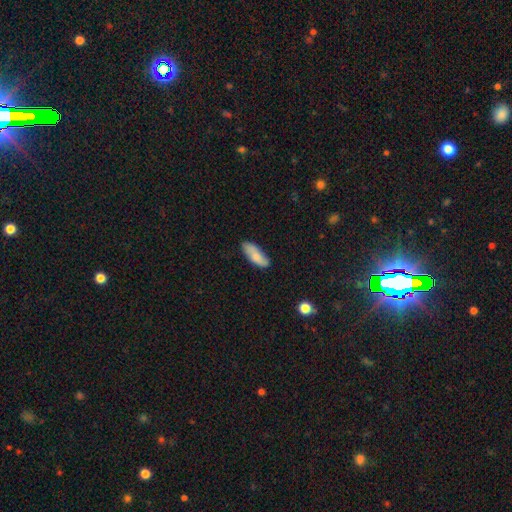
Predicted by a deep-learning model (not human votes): Smooth or featured? Predicted: smooth (p=0.79). How rounded? Predicted: in between (p=0.71). Merging? Predicted: none (p=0.79).